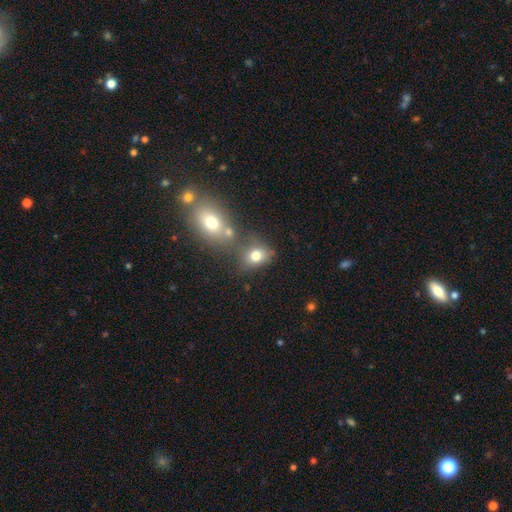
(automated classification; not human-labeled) Morphology: type=smooth (76%); roundness=in between (49%, tied with round); merging=none (45%).